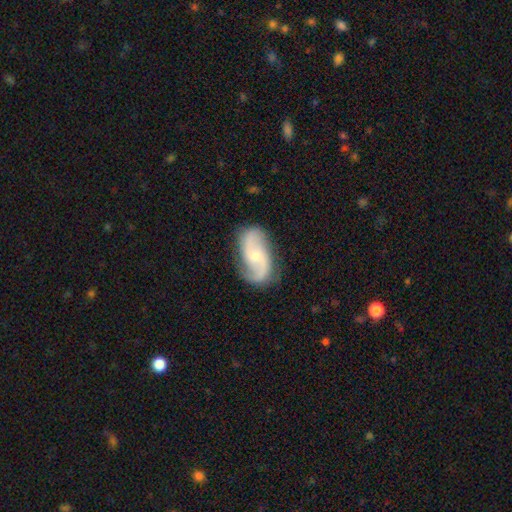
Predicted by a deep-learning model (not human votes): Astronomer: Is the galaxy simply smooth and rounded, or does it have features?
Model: featured or disk — 82%.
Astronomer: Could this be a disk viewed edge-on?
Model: no — 97%.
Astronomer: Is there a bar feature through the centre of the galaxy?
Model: no — 58% (runner-up: weak, 34%).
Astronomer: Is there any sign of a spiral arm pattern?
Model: yes — 96%.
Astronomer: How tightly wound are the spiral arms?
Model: loose — 43% (runner-up: medium, 42%).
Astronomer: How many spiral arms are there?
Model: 2 — 90%.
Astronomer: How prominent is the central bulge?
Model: small — 52% (runner-up: moderate, 43%).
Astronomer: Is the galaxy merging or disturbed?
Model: none — 76%.